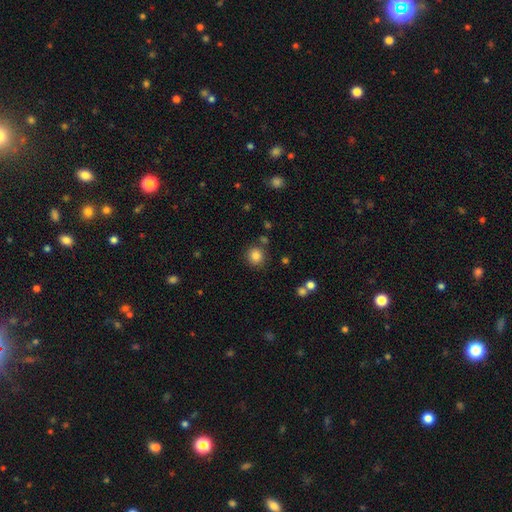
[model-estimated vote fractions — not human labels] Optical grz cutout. It shows a smooth galaxy with no disk features (83%) that is round (90%). Merging: none (82%).